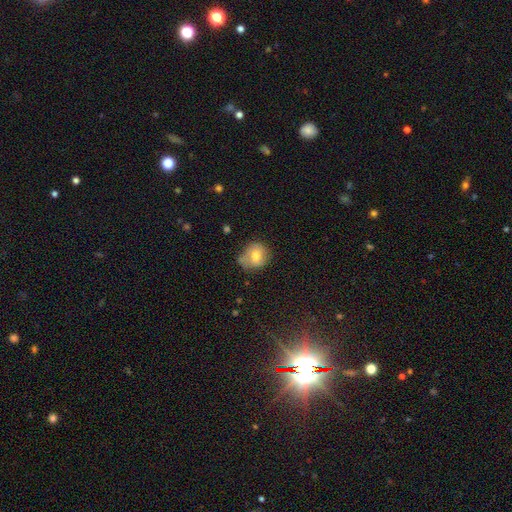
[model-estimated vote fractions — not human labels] Smooth or featured? Predicted: smooth (p=0.69). How rounded? Predicted: round (p=0.76). Merging? Predicted: none (p=0.56).